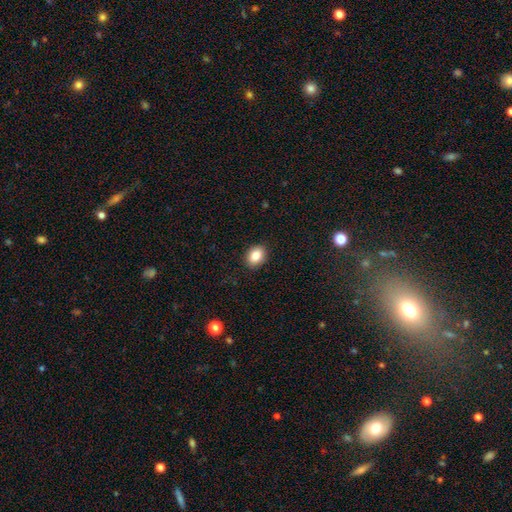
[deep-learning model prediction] smooth-or-featured: smooth: 85% | star or artifact: 9% | featured or disk: 6%
  how-rounded: in between: 68% | round: 31% | cigar-shaped: 1%
  merging: none: 89% | minor disturbance: 8% | major disturbance: 2% | merger: 1%